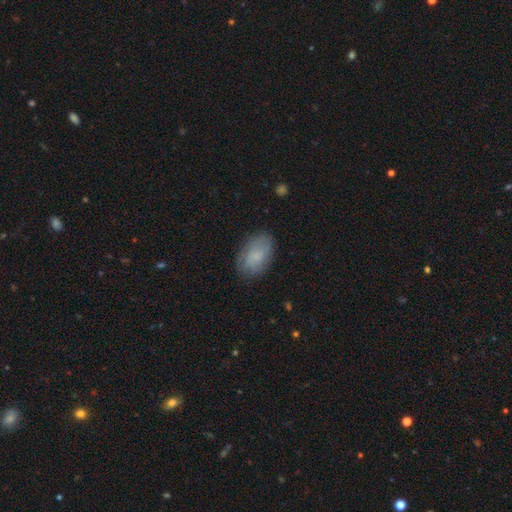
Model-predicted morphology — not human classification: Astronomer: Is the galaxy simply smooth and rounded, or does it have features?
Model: smooth — 67%.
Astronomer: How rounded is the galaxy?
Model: in between — 90%.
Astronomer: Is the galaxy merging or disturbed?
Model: none — 75%.